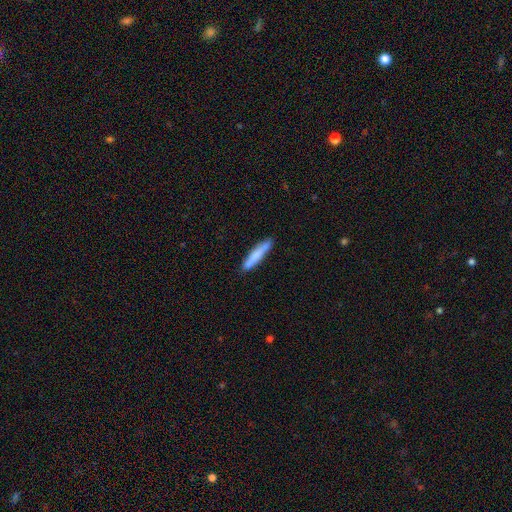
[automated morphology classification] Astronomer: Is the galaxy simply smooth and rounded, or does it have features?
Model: smooth — 77%.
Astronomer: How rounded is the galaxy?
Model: cigar-shaped — 91%.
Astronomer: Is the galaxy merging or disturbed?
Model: none — 85%.